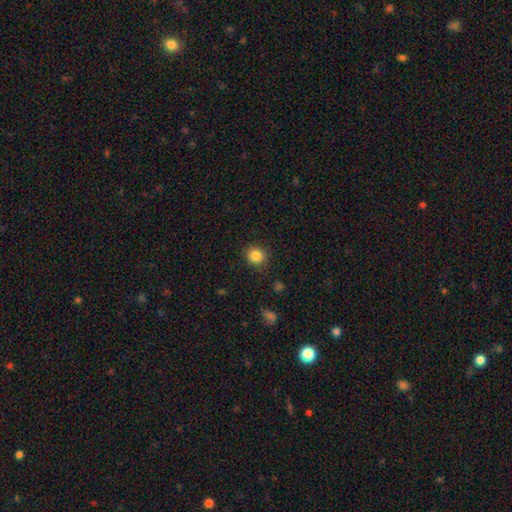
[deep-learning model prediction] smooth 85%, star or artifact 10%, featured or disk 5%. Down the decision tree: how rounded — round (83%); merging — none (86%).